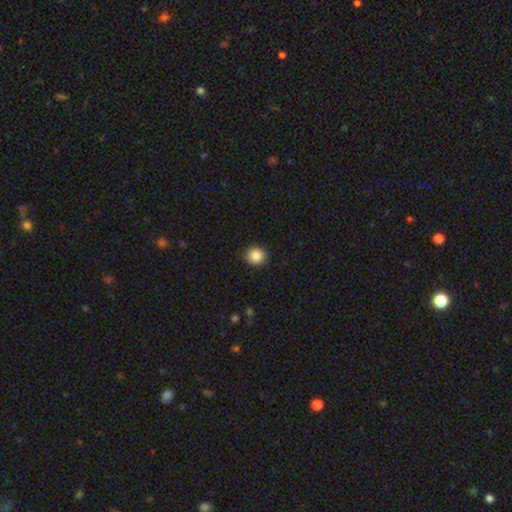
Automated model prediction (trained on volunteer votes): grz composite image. It shows a smooth galaxy with no disk features (87%) that is round (89%). Merging: none (91%).